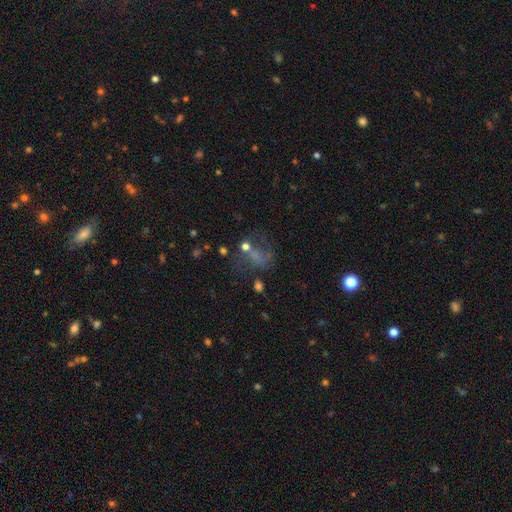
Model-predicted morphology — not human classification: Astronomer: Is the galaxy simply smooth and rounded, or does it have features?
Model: smooth — 37% (runner-up: featured or disk, 36%).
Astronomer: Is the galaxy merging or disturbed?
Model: major disturbance — 38% (runner-up: none, 34%).